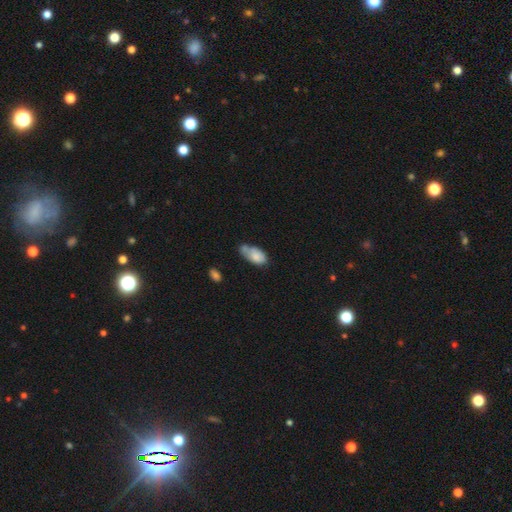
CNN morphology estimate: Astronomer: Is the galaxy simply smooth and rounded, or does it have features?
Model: smooth — 77%.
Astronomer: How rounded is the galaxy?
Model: in between — 91%.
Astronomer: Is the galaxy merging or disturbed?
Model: none — 34% (runner-up: minor disturbance, 29%).